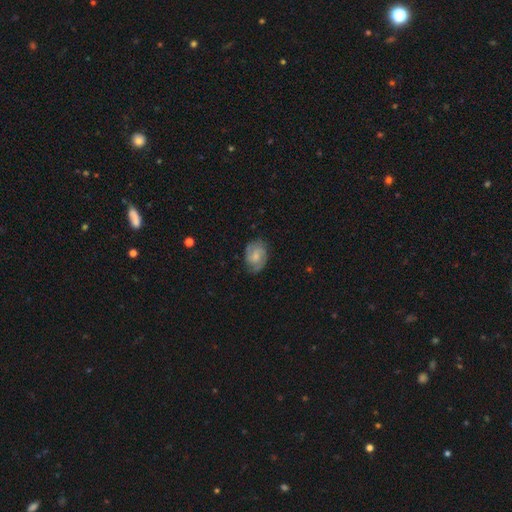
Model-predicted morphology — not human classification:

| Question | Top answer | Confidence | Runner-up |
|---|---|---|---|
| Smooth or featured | featured or disk | 61% | smooth (32%) |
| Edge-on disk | no | 97% | yes (3%) |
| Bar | no | 51% | weak (43%) |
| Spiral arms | yes | 90% | no (10%) |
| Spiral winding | medium | 46% | tight (38%) |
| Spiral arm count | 2 | 75% | can't tell (13%) |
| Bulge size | small | 41% | moderate (39%) |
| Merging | none | 76% | minor disturbance (18%) |